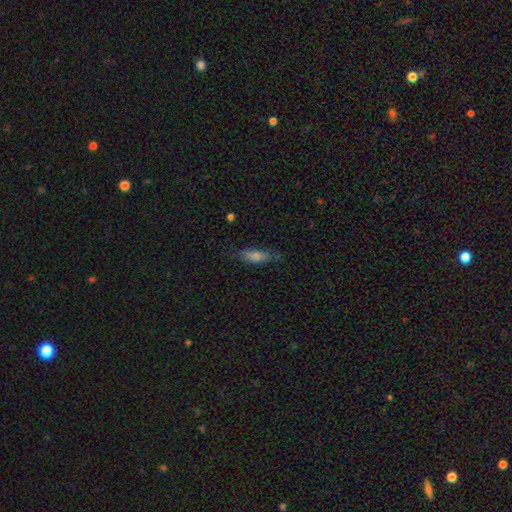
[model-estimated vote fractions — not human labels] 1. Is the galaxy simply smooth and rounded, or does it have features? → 68% smooth, 21% featured or disk, 11% star or artifact.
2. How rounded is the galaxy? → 49% cigar-shaped, 48% in between, 3% round.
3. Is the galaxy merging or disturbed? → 71% none, 21% minor disturbance, 6% major disturbance, 2% merger.